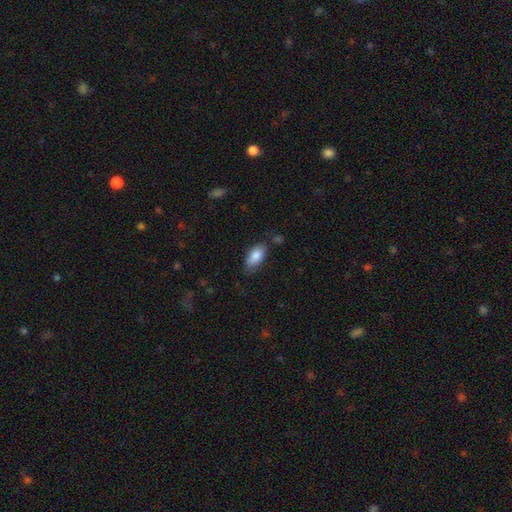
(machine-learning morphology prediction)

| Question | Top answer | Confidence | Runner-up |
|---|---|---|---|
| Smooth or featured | smooth | 85% | featured or disk (9%) |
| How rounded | in between | 91% | cigar-shaped (6%) |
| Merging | none | 73% | minor disturbance (19%) |